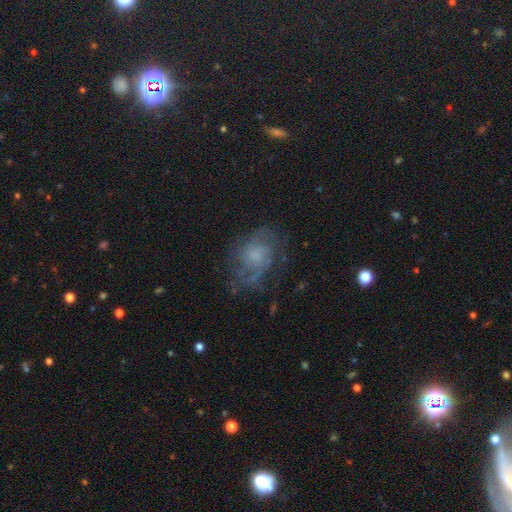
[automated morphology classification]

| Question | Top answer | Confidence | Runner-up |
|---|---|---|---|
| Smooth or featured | featured or disk | 67% | smooth (21%) |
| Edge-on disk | no | 97% | yes (3%) |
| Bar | no | 68% | weak (28%) |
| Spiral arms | yes | 87% | no (13%) |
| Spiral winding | medium | 47% | tight (32%) |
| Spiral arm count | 2 | 44% | can't tell (29%) |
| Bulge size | small | 33% | none (31%) |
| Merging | none | 63% | minor disturbance (20%) |